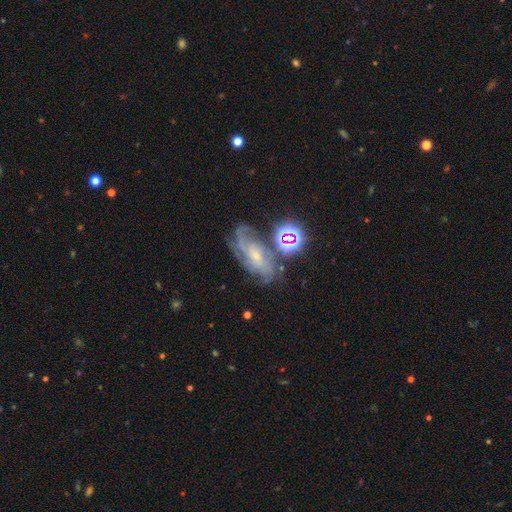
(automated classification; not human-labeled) featured or disk 75%, star or artifact 14%, smooth 11%. Down the decision tree: edge-on disk — no (95%); bar — no (59%); spiral arms — yes (94%); spiral arm count — can't tell (33%); spiral winding — tight (52%); bulge size — small (74%); merging — none (58%).